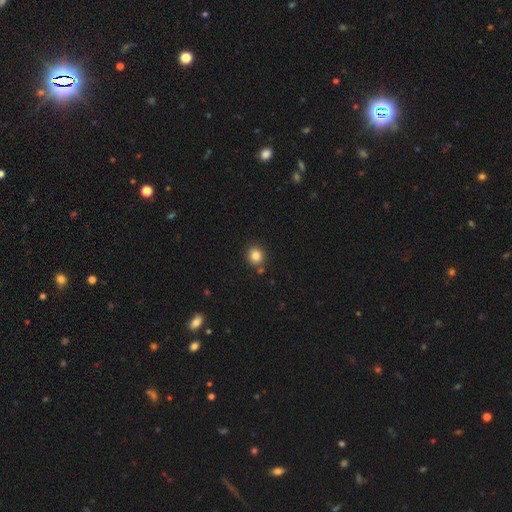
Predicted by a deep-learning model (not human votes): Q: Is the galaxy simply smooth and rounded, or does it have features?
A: smooth — 83%.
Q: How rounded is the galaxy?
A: round — 86%.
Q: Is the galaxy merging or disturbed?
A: none — 84%.